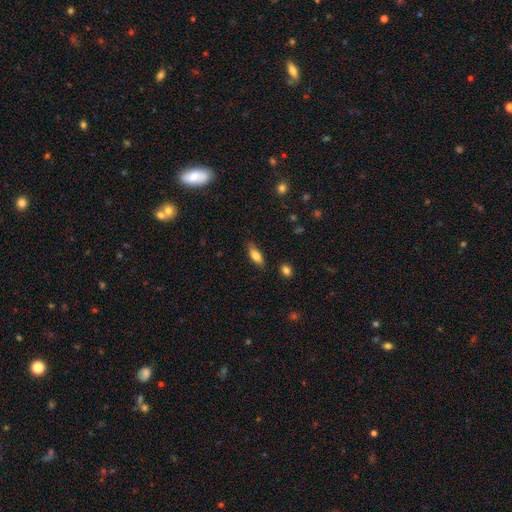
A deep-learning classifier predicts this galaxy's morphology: smooth 80%, featured or disk 13%, star or artifact 7%. Down the decision tree: how rounded — in between (75%); merging — none (80%).